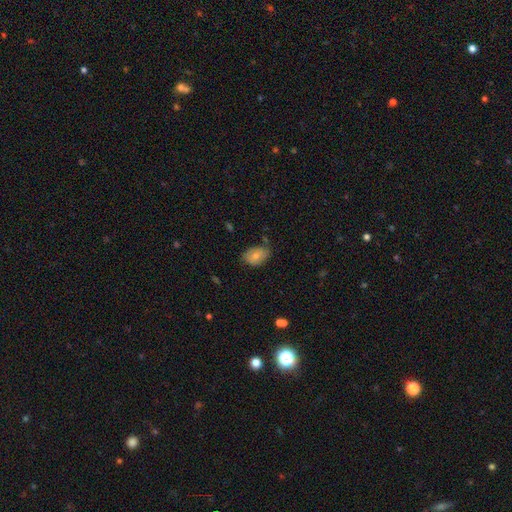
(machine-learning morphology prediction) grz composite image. It shows a smooth galaxy with no disk features (79%) that is in between round and cigar-shaped (85%). Merging: none (63%).